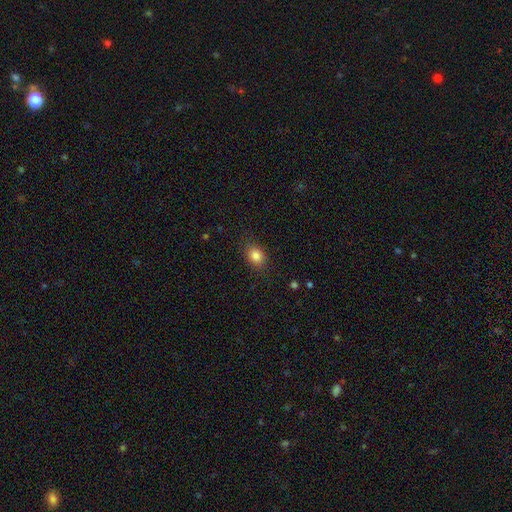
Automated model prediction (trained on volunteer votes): smooth 84%, star or artifact 10%, featured or disk 6%. Down the decision tree: how rounded — in between (60%); merging — none (85%).